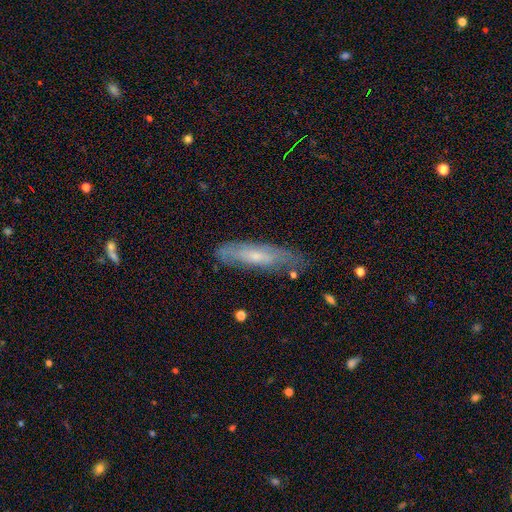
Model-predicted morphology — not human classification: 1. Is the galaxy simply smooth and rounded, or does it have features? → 50% featured or disk, 43% smooth, 7% star or artifact.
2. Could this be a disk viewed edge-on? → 55% no, 45% yes.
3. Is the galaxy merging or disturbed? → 68% none, 23% minor disturbance, 7% major disturbance, 2% merger.